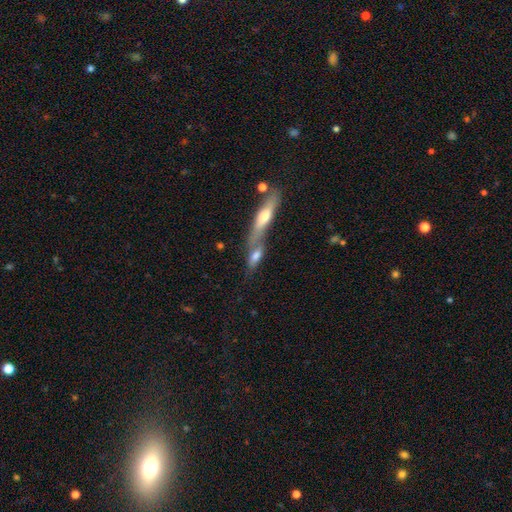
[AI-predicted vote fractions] smooth-or-featured: smooth: 61% | featured or disk: 30% | star or artifact: 8%
  how-rounded: cigar-shaped: 48% | in between: 47% | round: 5%
  merging: merger: 54% | none: 31% | minor disturbance: 10% | major disturbance: 5%